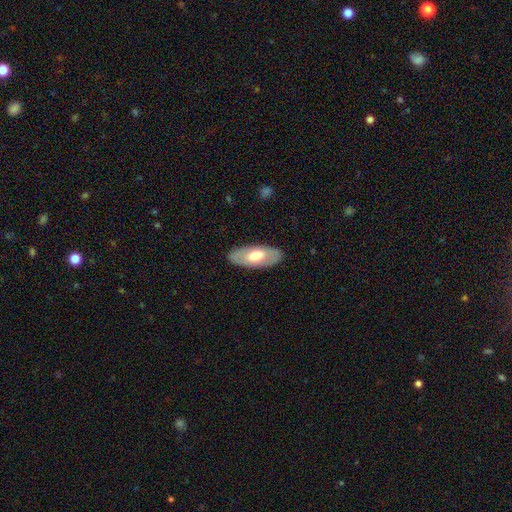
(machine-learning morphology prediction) Overall: smooth (55%; featured or disk 40%). How rounded: in between (86%). Merging: none (86%).